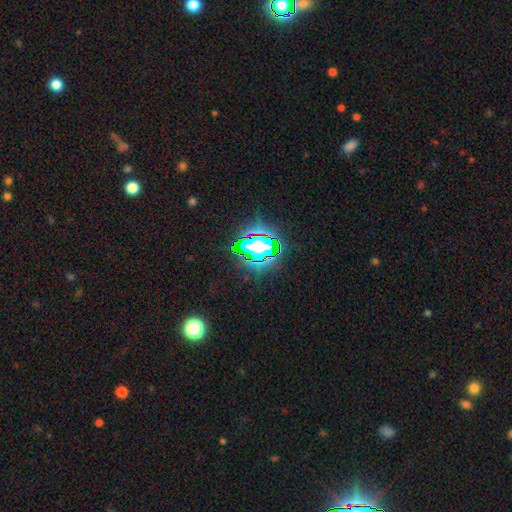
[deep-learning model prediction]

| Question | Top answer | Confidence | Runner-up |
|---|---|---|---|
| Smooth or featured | star or artifact | 82% | smooth (11%) |